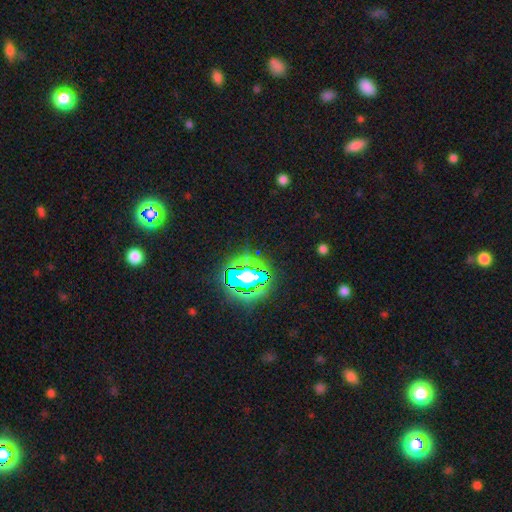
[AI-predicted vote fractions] This appears to be a star or artifact, not a galaxy (71%).